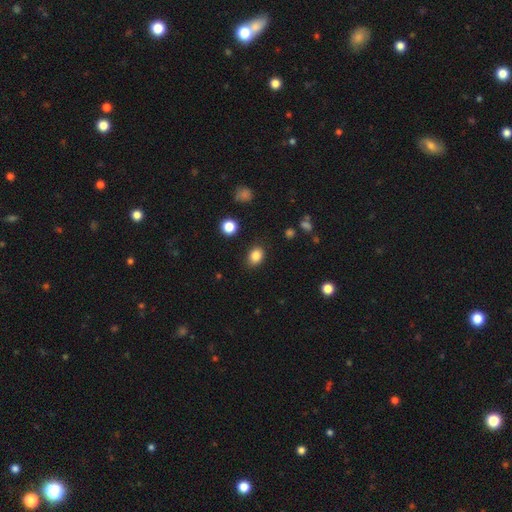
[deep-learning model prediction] smooth 85%, star or artifact 10%, featured or disk 5%. Down the decision tree: how rounded — in between (62%); merging — none (85%).